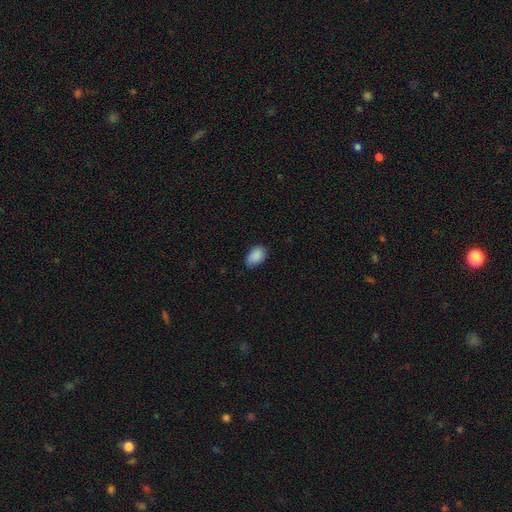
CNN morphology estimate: Smooth or featured?
  - smooth: 89% *
  - star or artifact: 7%
  - featured or disk: 4%
How rounded?
  - in between: 91% *
  - round: 8%
  - cigar-shaped: 1%
Merging?
  - none: 77% *
  - minor disturbance: 19%
  - major disturbance: 3%
  - merger: 1%